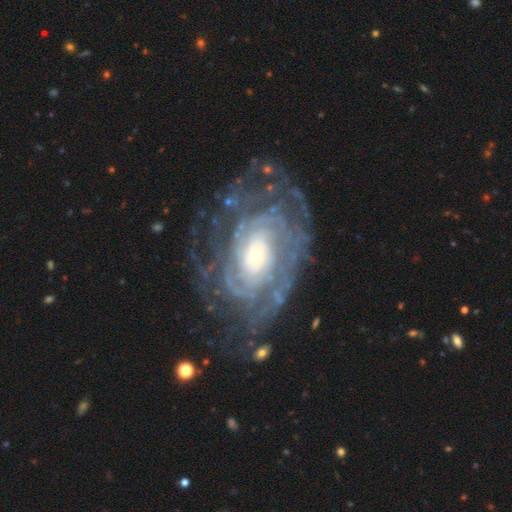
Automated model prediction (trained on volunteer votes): Smooth or featured? Predicted: featured or disk (p=0.89). Edge-on disk? Predicted: no (p=0.96). Bar? Predicted: no (p=0.74). Spiral arms? Predicted: yes (p=0.96). Spiral winding? Predicted: tight (p=0.76). Spiral arm count? Predicted: can't tell (p=0.35). Bulge size? Predicted: small (p=0.52). Merging? Predicted: none (p=0.71).